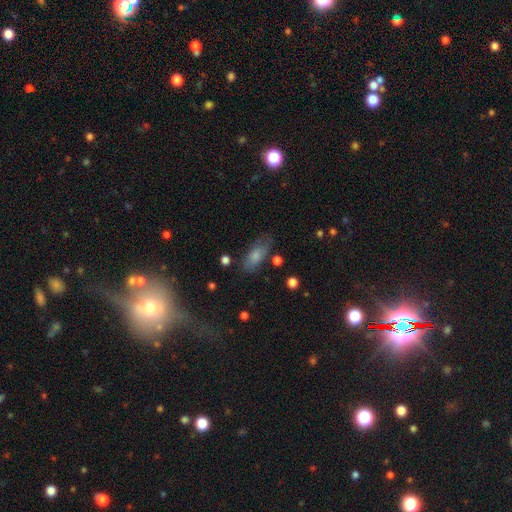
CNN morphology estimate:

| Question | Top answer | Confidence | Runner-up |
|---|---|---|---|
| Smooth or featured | smooth | 75% | featured or disk (17%) |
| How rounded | in between | 82% | cigar-shaped (15%) |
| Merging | none | 65% | minor disturbance (23%) |